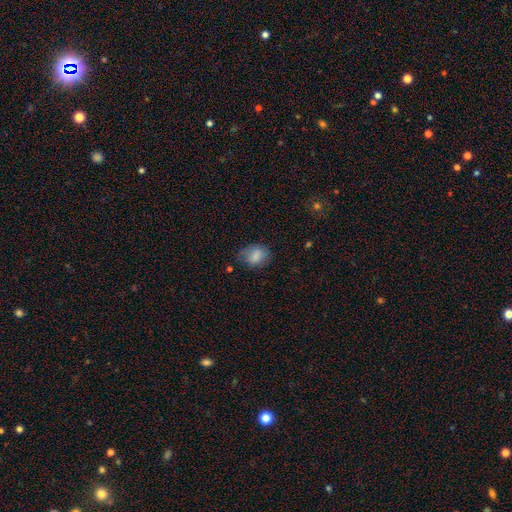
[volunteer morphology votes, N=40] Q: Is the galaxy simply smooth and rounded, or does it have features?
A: smooth — 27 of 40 (68%).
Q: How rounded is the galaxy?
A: in between — 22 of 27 (81%).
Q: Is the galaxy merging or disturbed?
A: minor disturbance — 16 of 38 (42%).